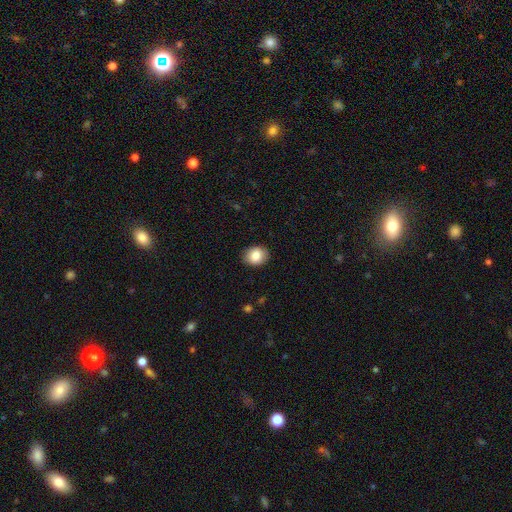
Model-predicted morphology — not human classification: Smooth or featured?
  - smooth: 85% *
  - star or artifact: 8%
  - featured or disk: 7%
How rounded?
  - in between: 52% *
  - round: 47%
  - cigar-shaped: 1%
Merging?
  - none: 89% *
  - minor disturbance: 8%
  - major disturbance: 2%
  - merger: 1%